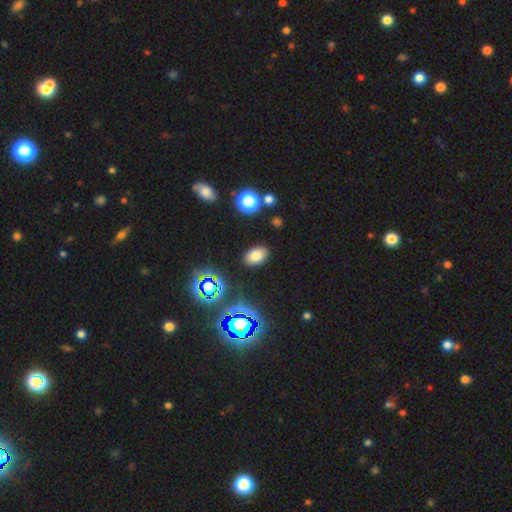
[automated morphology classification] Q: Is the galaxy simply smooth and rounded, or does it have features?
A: smooth — 74%.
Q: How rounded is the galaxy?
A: in between — 87%.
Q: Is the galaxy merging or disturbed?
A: none — 88%.